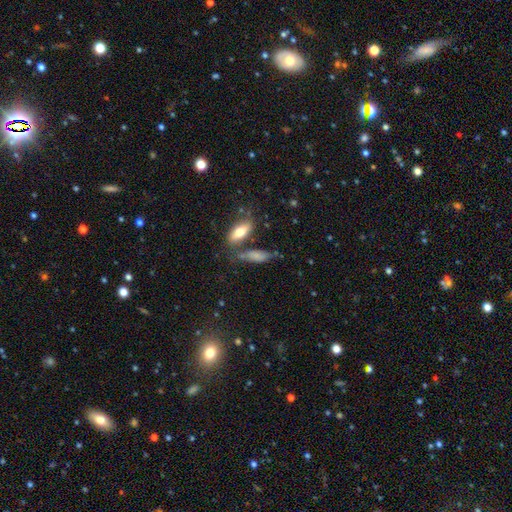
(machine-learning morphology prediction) A smooth galaxy with no disk features (73%) that is in between round and cigar-shaped (57%). Merging: none (54%).